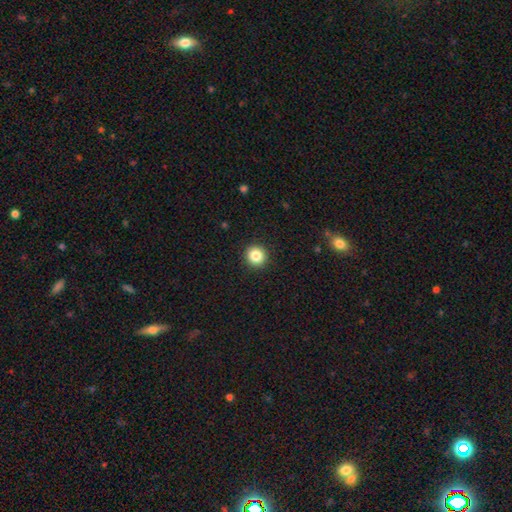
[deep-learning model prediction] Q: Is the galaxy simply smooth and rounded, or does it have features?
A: smooth — 85%.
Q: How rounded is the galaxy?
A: round — 94%.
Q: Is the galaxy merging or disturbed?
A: none — 93%.